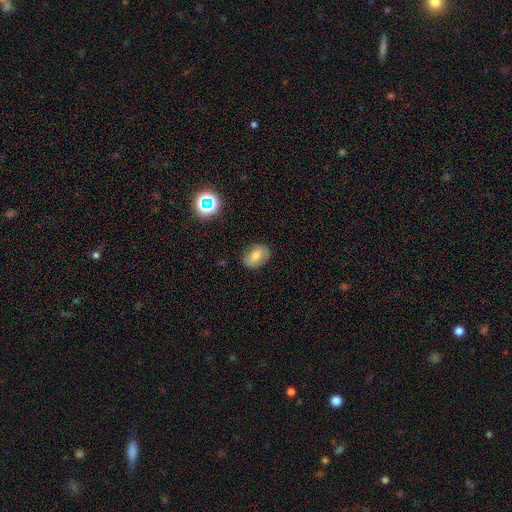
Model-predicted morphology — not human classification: Q: Smooth or featured?
A: smooth (67%); runner-up: featured or disk (21%)
Q: How rounded?
A: in between (72%); runner-up: round (27%)
Q: Merging?
A: none (82%); runner-up: minor disturbance (13%)